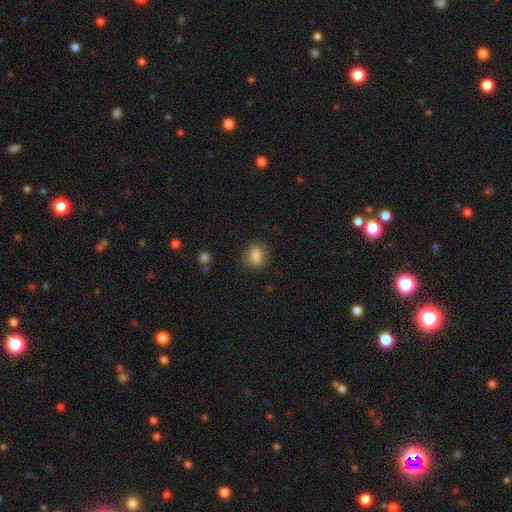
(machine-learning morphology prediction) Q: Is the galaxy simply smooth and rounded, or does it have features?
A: smooth — 85%.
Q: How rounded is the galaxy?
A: round — 53%.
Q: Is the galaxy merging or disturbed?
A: none — 83%.